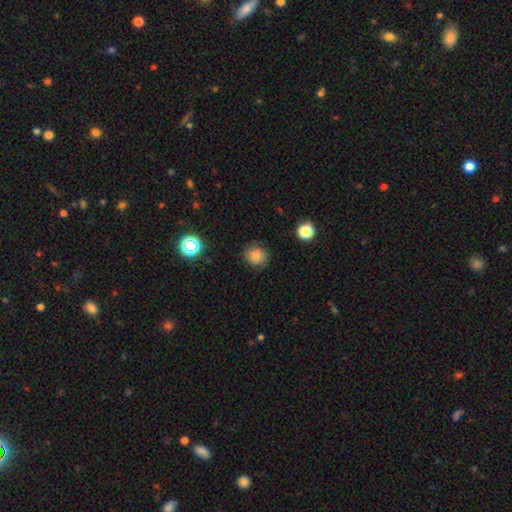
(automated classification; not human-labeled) A smooth galaxy with no disk features (81%) that is round (84%).

Vote fractions:
- Smooth or featured? smooth: 81% / star or artifact: 12% / featured or disk: 7%
- How rounded? round: 84% / in between: 16% / cigar-shaped: 1%
- Merging? none: 82% / minor disturbance: 13% / major disturbance: 3% / merger: 1%